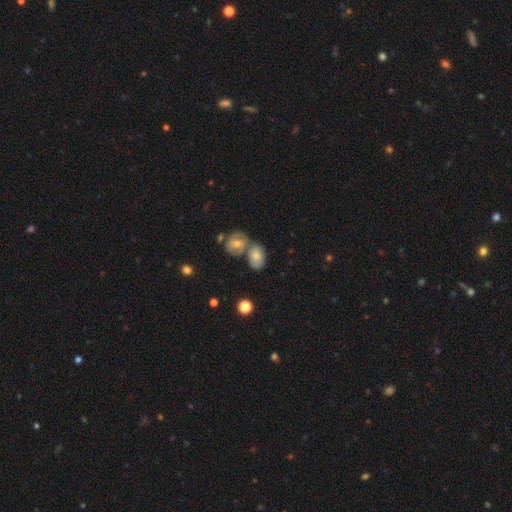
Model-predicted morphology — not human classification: Smooth or featured? Predicted: smooth (p=0.70). How rounded? Predicted: in between (p=0.77). Merging? Predicted: merger (p=0.44).